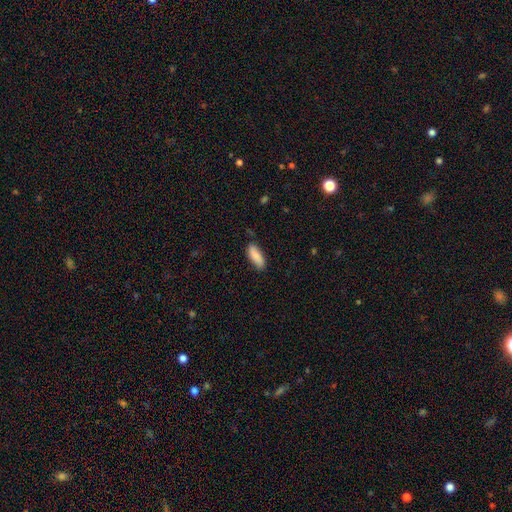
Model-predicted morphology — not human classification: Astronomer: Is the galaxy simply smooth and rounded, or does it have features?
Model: smooth — 87%.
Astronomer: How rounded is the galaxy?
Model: in between — 67%.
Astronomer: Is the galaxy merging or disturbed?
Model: none — 81%.